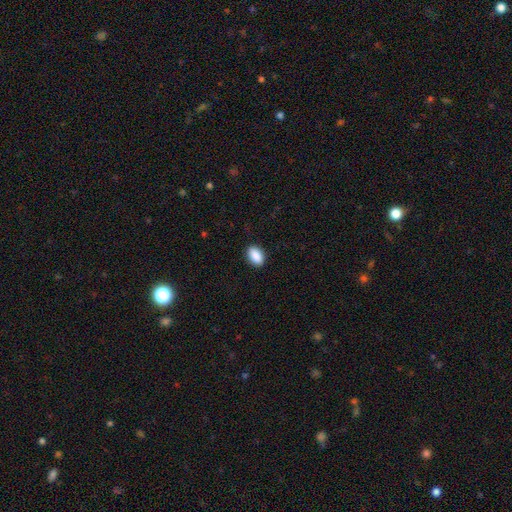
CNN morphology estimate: Q: Smooth or featured?
A: smooth (90%); runner-up: star or artifact (7%)
Q: How rounded?
A: in between (90%); runner-up: round (8%)
Q: Merging?
A: none (89%); runner-up: minor disturbance (8%)